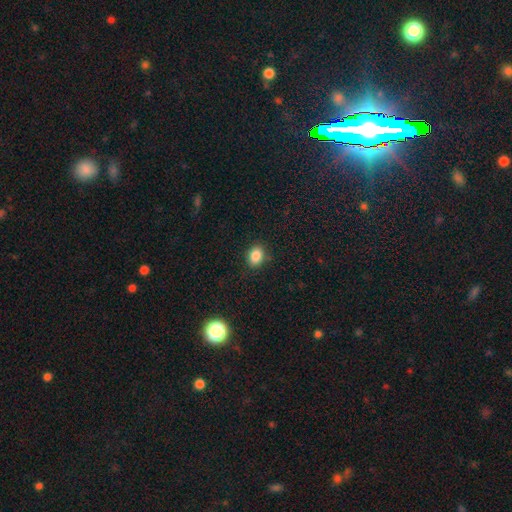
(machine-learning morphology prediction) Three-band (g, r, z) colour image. It shows a smooth galaxy with no disk features (85%) that is in between round and cigar-shaped (66%). Merging: none (85%).